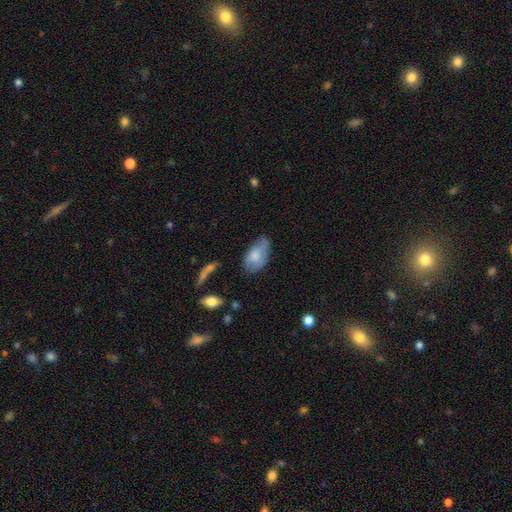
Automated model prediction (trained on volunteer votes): smooth_or_featured: smooth (p=0.72) [alt: featured or disk p=0.22]
how_rounded: in between (p=0.93) [alt: round p=0.05]
merging: none (p=0.47) [alt: minor disturbance p=0.37]